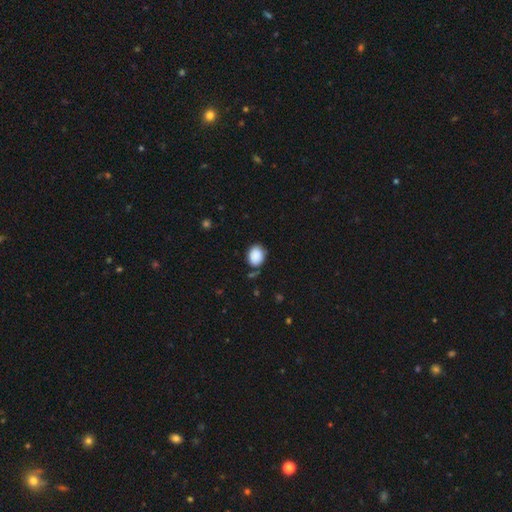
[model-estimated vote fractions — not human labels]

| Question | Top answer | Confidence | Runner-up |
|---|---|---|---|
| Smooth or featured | smooth | 89% | star or artifact (8%) |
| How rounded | in between | 58% | round (41%) |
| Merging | none | 74% | minor disturbance (18%) |